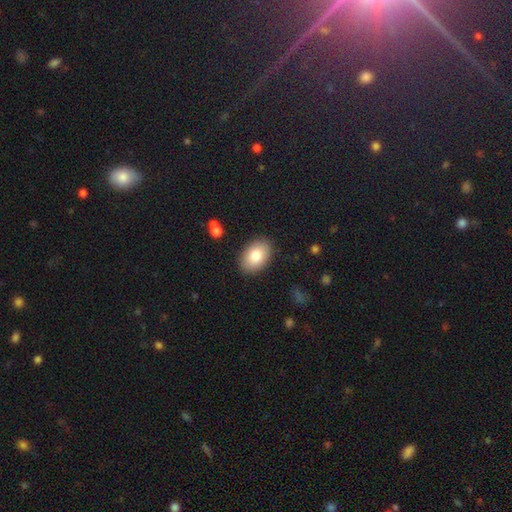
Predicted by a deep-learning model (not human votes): smooth 81%, featured or disk 12%, star or artifact 7%. Down the decision tree: how rounded — in between (90%); merging — none (88%).